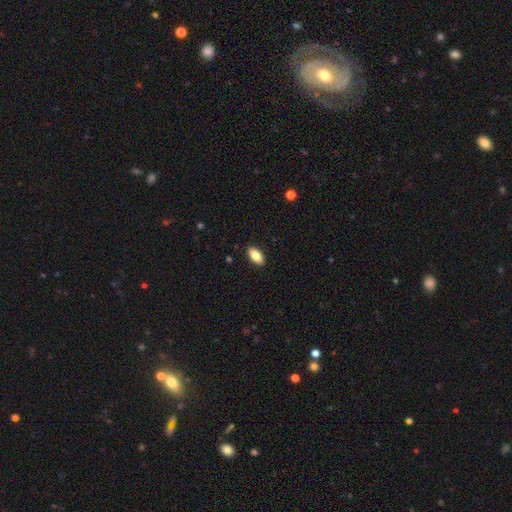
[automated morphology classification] This is clearly a smooth galaxy (83%). How rounded: clearly in between (92%). Merging: clearly none (90%).